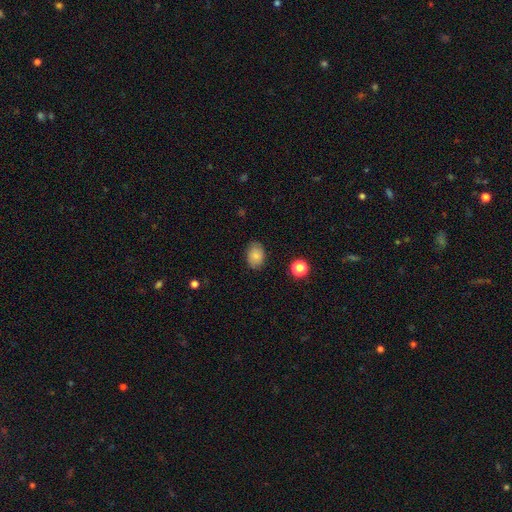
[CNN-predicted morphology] A smooth galaxy with no disk features (80%) that is in between round and cigar-shaped (75%). Merging: none (83%).